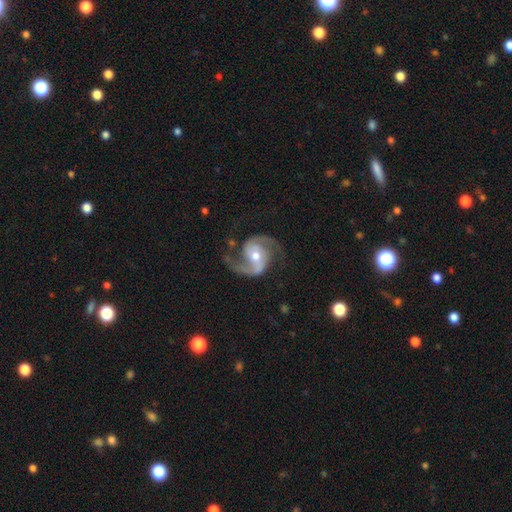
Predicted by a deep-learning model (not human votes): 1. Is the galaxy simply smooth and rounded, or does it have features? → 93% featured or disk, 4% star or artifact, 3% smooth.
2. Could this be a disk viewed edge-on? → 98% no, 2% yes.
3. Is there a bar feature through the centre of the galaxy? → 44% no, 38% weak, 18% strong.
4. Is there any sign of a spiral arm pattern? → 98% yes, 2% no.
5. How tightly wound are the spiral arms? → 58% medium, 27% loose, 14% tight.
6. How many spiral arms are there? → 94% 2, 2% 3, 1% can't tell, 1% 1, 1% 4, 1% more than 4.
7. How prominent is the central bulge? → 68% moderate, 25% small, 5% large, 1% none, 1% dominant.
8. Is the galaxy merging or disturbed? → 76% none, 15% minor disturbance, 8% major disturbance, 2% merger.